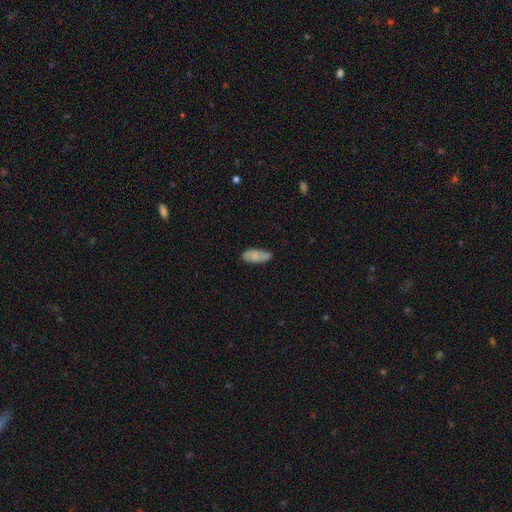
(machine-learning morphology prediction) Smooth or featured?
  - smooth: 73% *
  - featured or disk: 20%
  - star or artifact: 7%
How rounded?
  - in between: 84% *
  - cigar-shaped: 14%
  - round: 2%
Merging?
  - none: 66% *
  - minor disturbance: 26%
  - major disturbance: 5%
  - merger: 3%